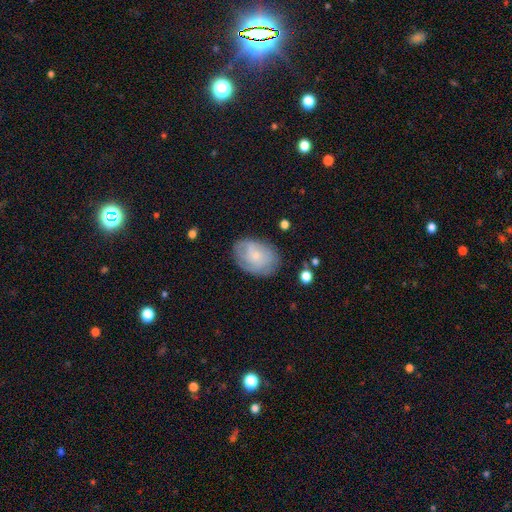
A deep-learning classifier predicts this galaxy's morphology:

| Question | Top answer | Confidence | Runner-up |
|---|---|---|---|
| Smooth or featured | featured or disk | 48% | smooth (45%) |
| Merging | none | 73% | minor disturbance (19%) |